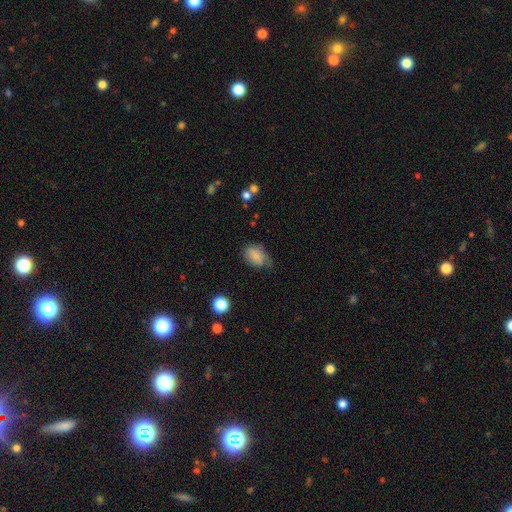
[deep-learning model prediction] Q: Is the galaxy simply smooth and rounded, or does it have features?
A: smooth — 81%.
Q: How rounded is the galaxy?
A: in between — 82%.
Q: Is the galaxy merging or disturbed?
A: none — 50%.